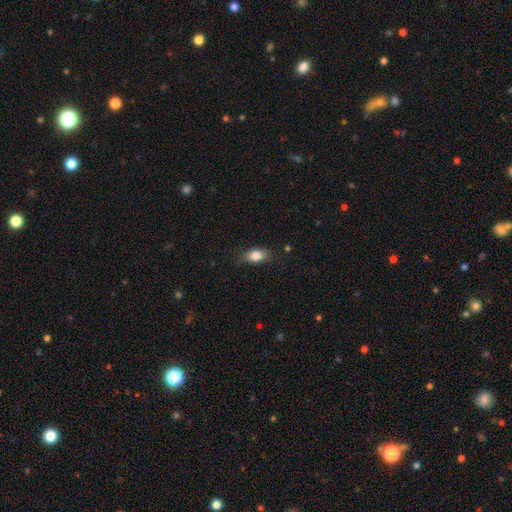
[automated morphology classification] A smooth galaxy with no disk features (80%) that is in between round and cigar-shaped (83%).

Vote fractions:
- Smooth or featured? smooth: 80% / featured or disk: 12% / star or artifact: 8%
- How rounded? in between: 83% / round: 11% / cigar-shaped: 7%
- Merging? none: 79% / minor disturbance: 17% / major disturbance: 3% / merger: 1%